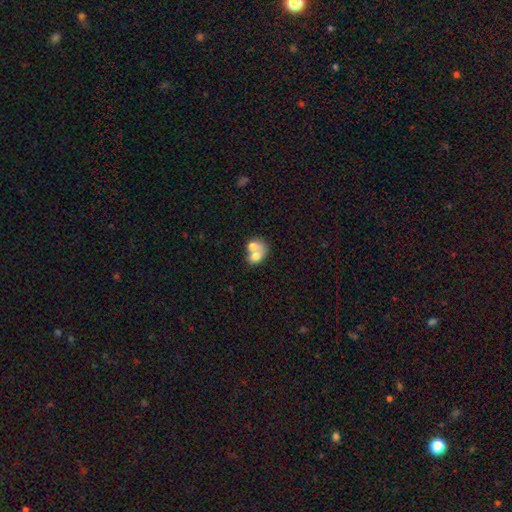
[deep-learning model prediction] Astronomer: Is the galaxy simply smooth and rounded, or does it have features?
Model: smooth — 66%.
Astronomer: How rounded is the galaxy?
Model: in between — 60% (runner-up: round, 39%).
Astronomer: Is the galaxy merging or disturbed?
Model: merger — 68%.